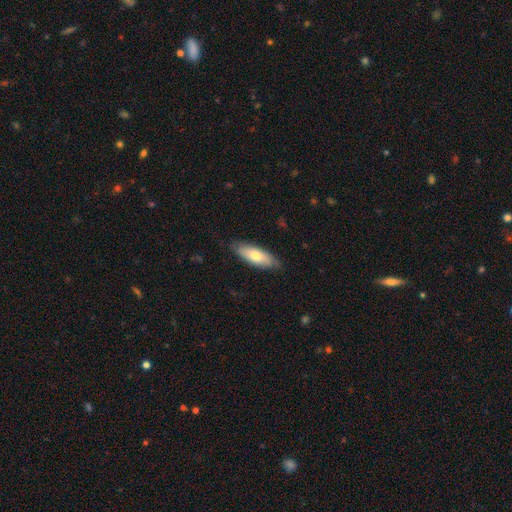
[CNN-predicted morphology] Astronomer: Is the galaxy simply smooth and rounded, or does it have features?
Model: smooth — 69%.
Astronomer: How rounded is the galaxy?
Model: in between — 69%.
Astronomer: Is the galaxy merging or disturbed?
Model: none — 82%.